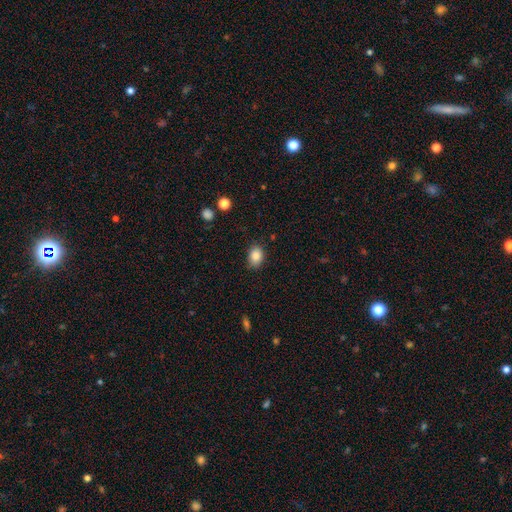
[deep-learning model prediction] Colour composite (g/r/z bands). It shows a smooth galaxy with no disk features (85%) that is in between round and cigar-shaped (73%). Merging: none (84%).